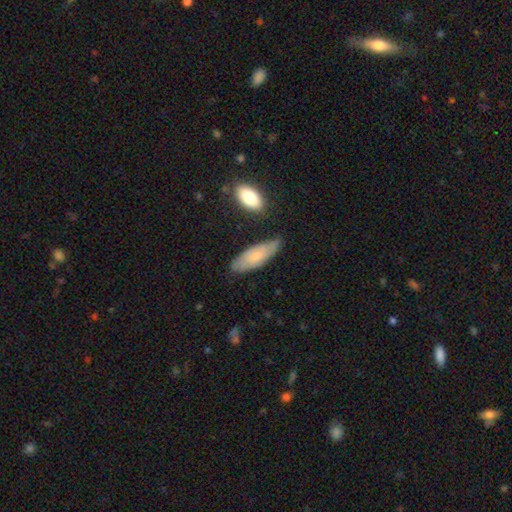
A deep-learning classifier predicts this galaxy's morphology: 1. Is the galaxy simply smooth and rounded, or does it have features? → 59% smooth, 35% featured or disk, 6% star or artifact.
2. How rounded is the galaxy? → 67% in between, 31% cigar-shaped, 2% round.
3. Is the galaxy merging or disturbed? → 69% none, 23% minor disturbance, 5% major disturbance, 3% merger.